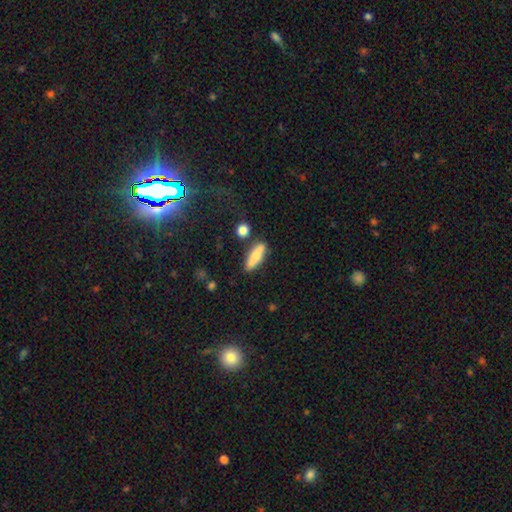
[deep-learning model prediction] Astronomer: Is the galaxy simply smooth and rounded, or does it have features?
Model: smooth — 75%.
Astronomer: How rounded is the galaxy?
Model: cigar-shaped — 59% (runner-up: in between, 38%).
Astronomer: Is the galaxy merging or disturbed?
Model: none — 80%.